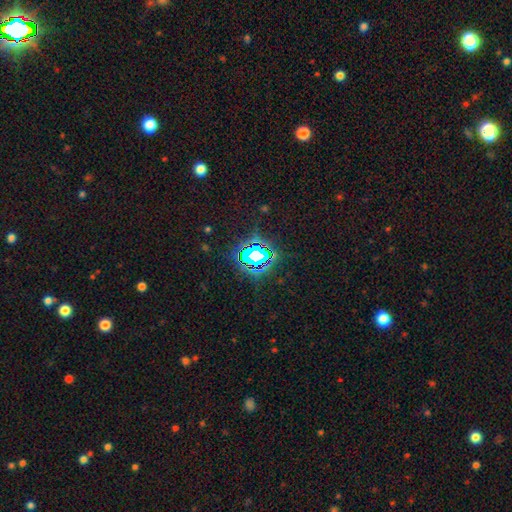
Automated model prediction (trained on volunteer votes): A star or artifact, not a galaxy (73%).